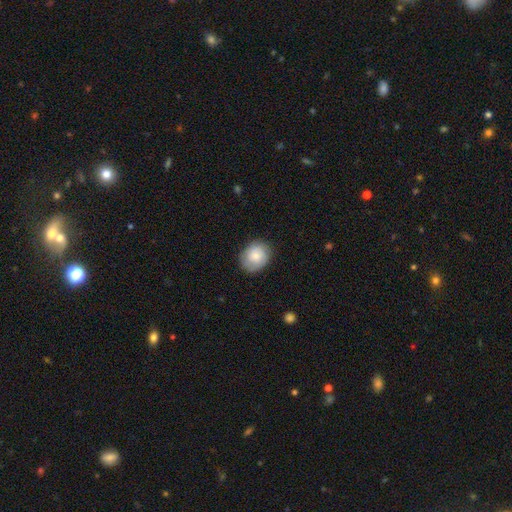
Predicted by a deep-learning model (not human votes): smooth_or_featured: smooth (p=0.70) [alt: featured or disk p=0.22]
how_rounded: round (p=0.65) [alt: in between p=0.34]
merging: none (p=0.81) [alt: minor disturbance p=0.14]